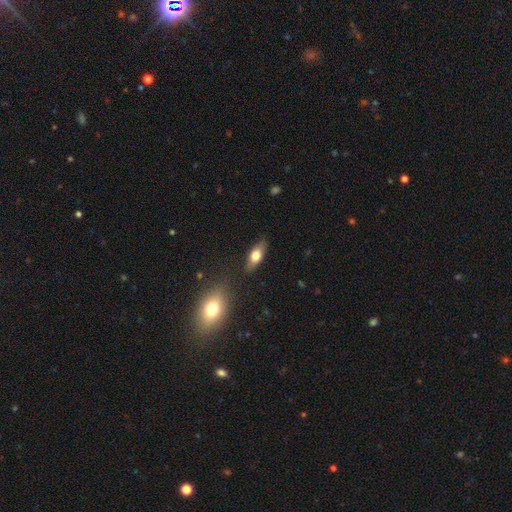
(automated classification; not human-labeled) This is likely a smooth galaxy (67%). How rounded: likely in between (75%). Merging: clearly none (82%).